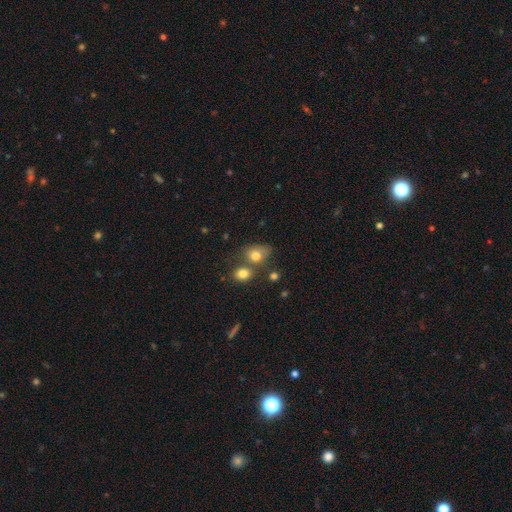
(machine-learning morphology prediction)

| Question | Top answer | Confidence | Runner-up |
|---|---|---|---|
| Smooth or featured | smooth | 78% | featured or disk (12%) |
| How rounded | in between | 56% | round (43%) |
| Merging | none | 42% | merger (33%) |